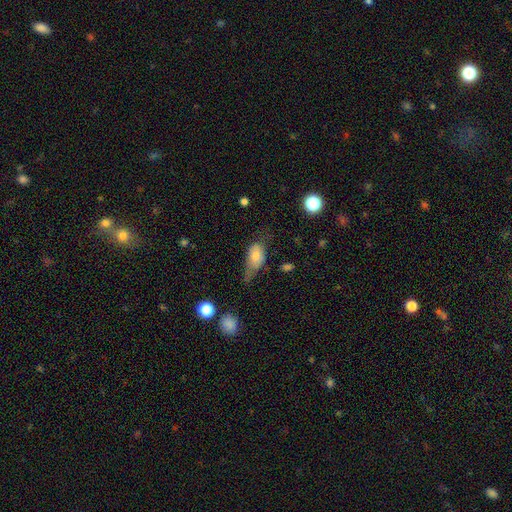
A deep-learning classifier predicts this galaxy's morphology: The model was most divided on "merging": minor disturbance: 38%, none: 29%, major disturbance: 29%, merger: 4%. More confident: how rounded — in between (86%); smooth or featured — smooth (68%).